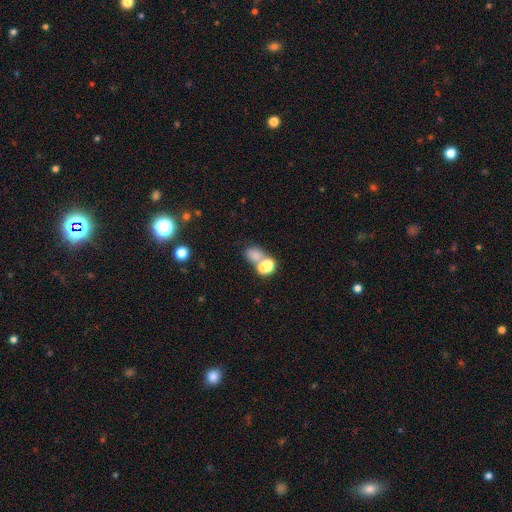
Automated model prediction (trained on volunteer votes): Smooth or featured: smooth — 72% (star or artifact — 16%)
How rounded: in between — 58% (round — 40%)
Merging: merger — 52% (none — 33%)